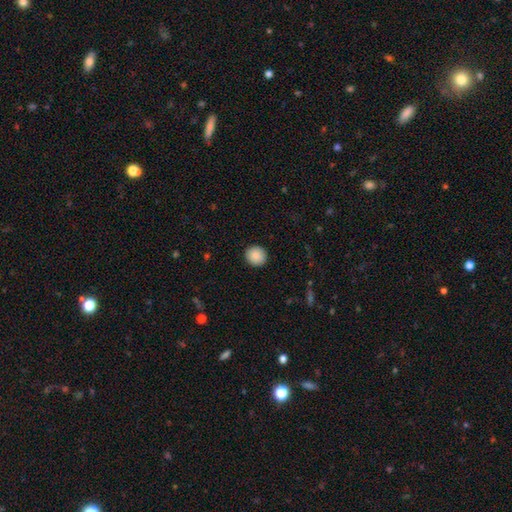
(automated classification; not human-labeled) smooth-or-featured: smooth: 88% | star or artifact: 8% | featured or disk: 4%
  how-rounded: round: 90% | in between: 9% | cigar-shaped: 1%
  merging: none: 92% | minor disturbance: 5% | major disturbance: 2% | merger: 1%